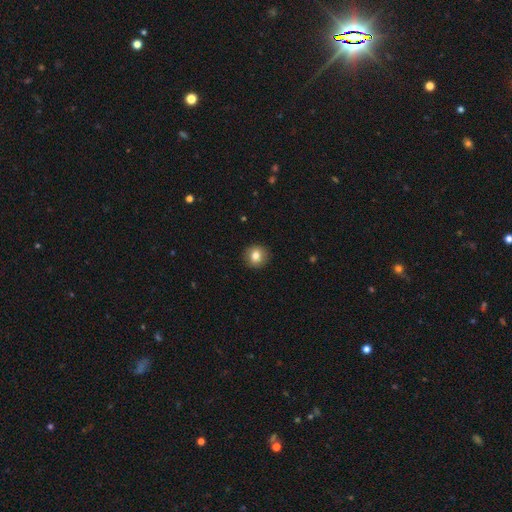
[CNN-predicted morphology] smooth_or_featured: smooth (p=0.80) [alt: featured or disk p=0.10]
how_rounded: round (p=0.90) [alt: in between p=0.09]
merging: none (p=0.91) [alt: minor disturbance p=0.06]